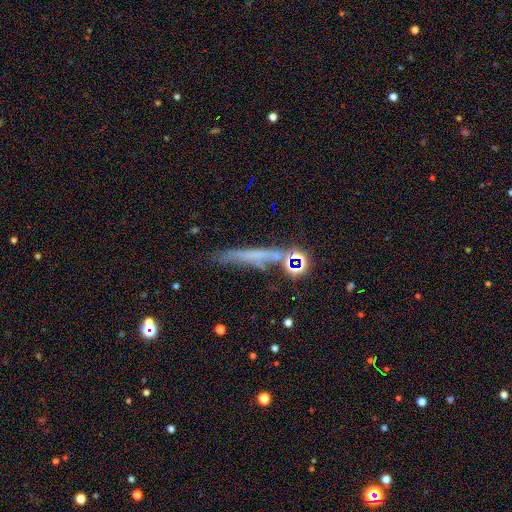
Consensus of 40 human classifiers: A smooth galaxy with no disk features (55%) that is cigar-shaped (86%).

Vote fractions:
- Smooth or featured? smooth: 55% / featured or disk: 32% / star or artifact: 12%
- How rounded? cigar-shaped: 86% / round: 9% / in between: 5%
- Merging? minor disturbance: 37% / none: 34% / major disturbance: 14% / merger: 14%